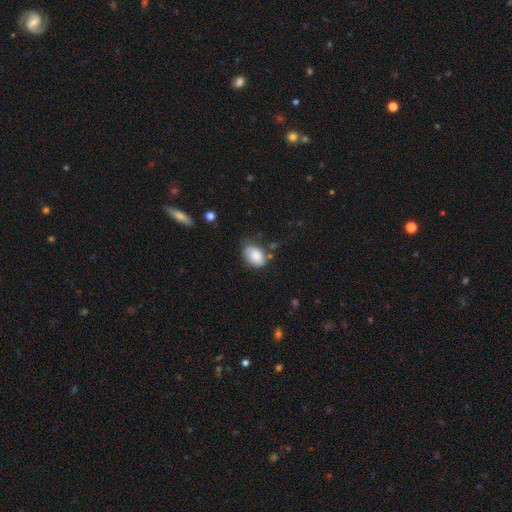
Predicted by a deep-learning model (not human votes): This appears to be a smooth galaxy with no disk features (82%) that is in between round and cigar-shaped (78%). Merging: none (57%).